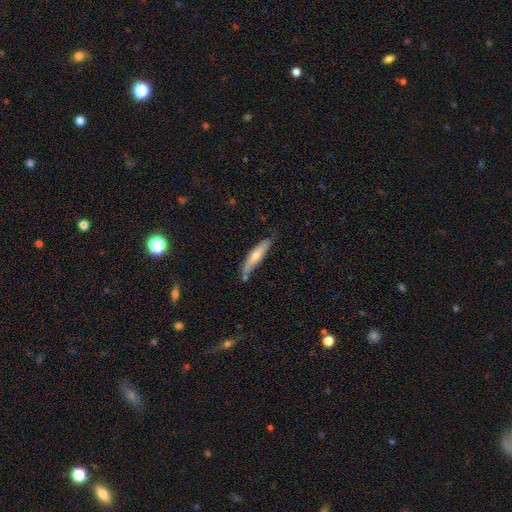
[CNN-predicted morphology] The model was most divided on "smooth or featured": smooth: 62%, featured or disk: 33%, star or artifact: 6%. More confident: how rounded — cigar-shaped (83%); merging — none (68%).